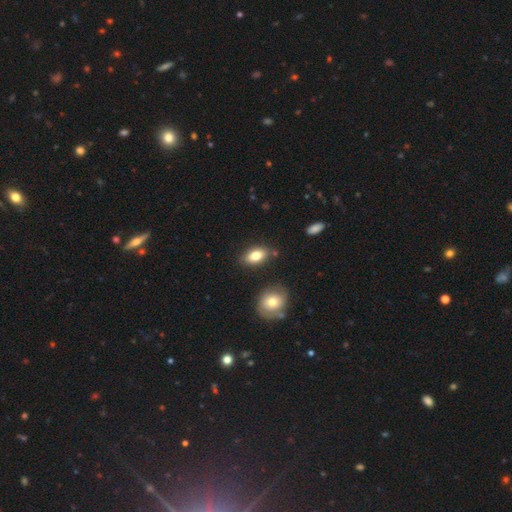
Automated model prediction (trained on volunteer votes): Morphology: type=smooth (79%); roundness=in between (88%); merging=none (81%).